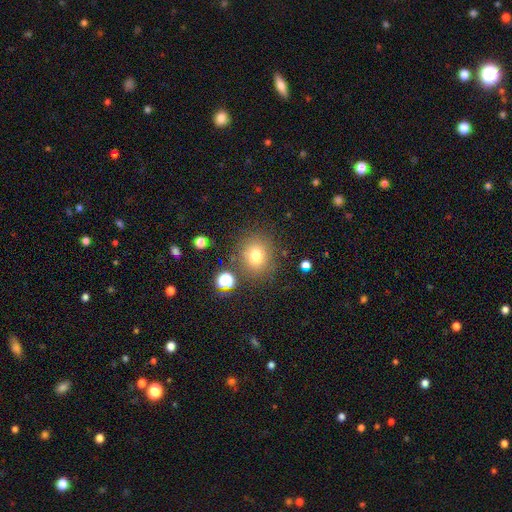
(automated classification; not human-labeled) A smooth galaxy with no disk features (74%) that is round (80%). Merging: none (80%).